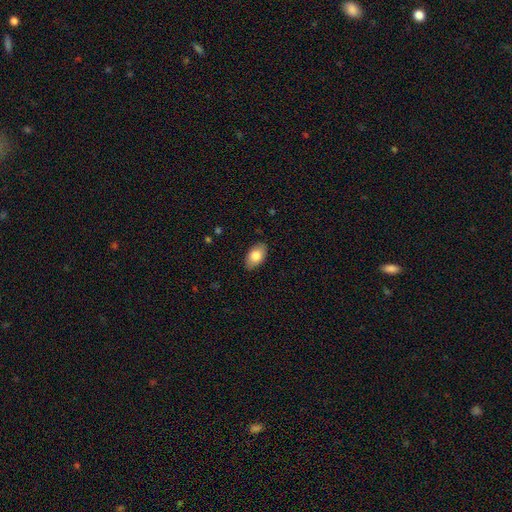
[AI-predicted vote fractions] Q: Smooth or featured?
A: smooth (80%); runner-up: featured or disk (14%)
Q: How rounded?
A: in between (92%); runner-up: round (6%)
Q: Merging?
A: none (84%); runner-up: minor disturbance (12%)